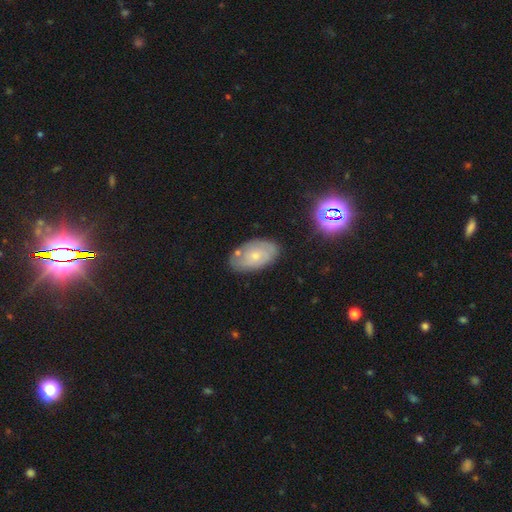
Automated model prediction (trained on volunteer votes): This appears to be a smooth galaxy with no disk features (52%) that is in between round and cigar-shaped (92%). Merging: none (73%).